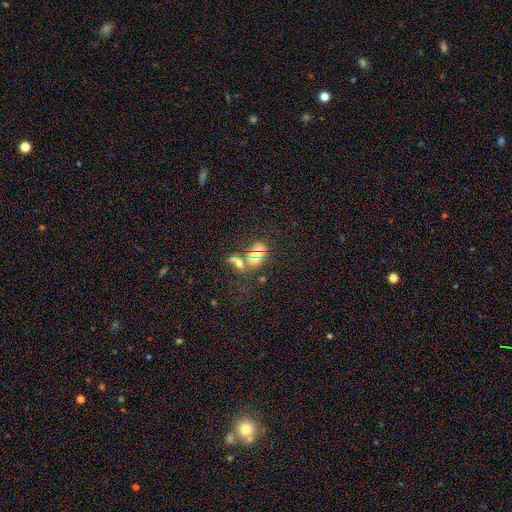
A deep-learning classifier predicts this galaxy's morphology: type=smooth (49%); merging=merger (41%).